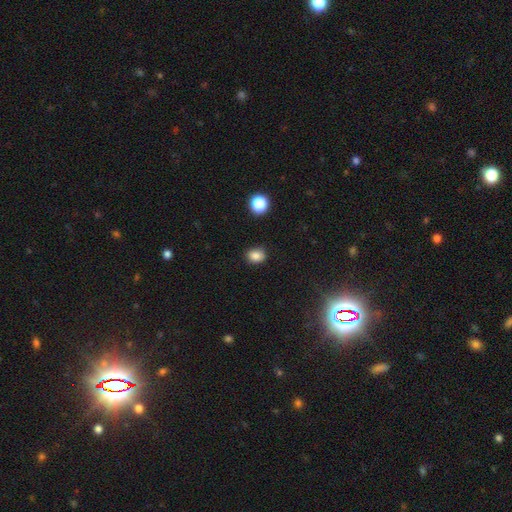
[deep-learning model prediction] smooth_or_featured: smooth (p=0.83) [alt: star or artifact p=0.12]
how_rounded: round (p=0.54) [alt: in between p=0.45]
merging: none (p=0.86) [alt: minor disturbance p=0.10]